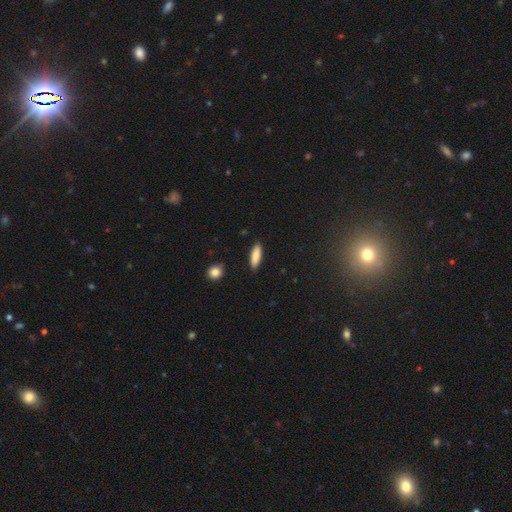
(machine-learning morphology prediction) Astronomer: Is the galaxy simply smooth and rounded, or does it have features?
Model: smooth — 85%.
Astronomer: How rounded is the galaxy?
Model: in between — 49%, tied with cigar-shaped at 49%.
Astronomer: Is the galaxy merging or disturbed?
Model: none — 87%.